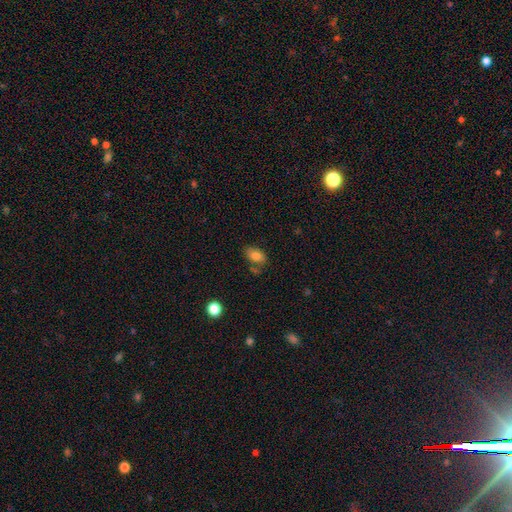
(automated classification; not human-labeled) A smooth galaxy with no disk features (79%) that is in between round and cigar-shaped (88%). Merging: none (66%).